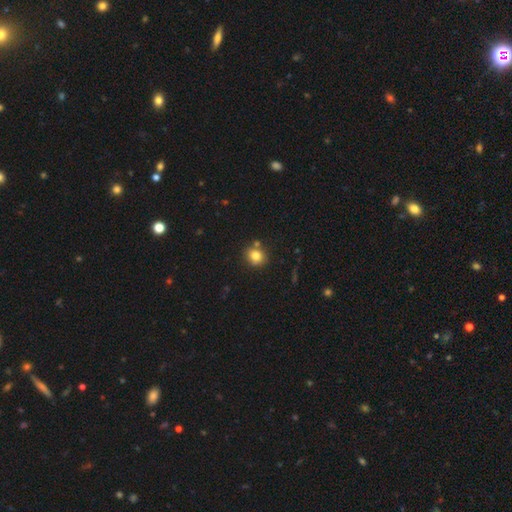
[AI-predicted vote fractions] Morphology: type=smooth (81%); roundness=round (77%); merging=none (74%).